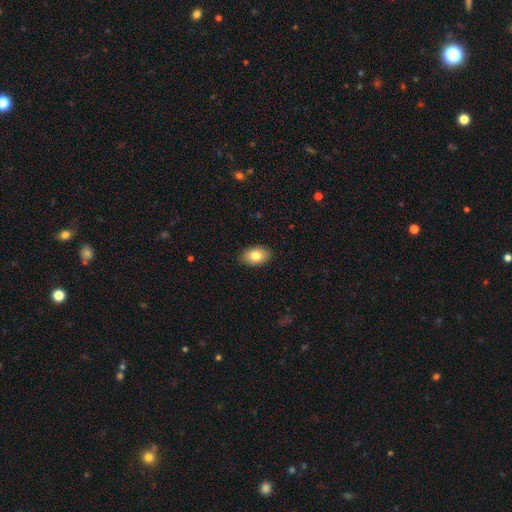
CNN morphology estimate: Q: Smooth or featured?
A: smooth (82%); runner-up: featured or disk (11%)
Q: How rounded?
A: in between (90%); runner-up: round (9%)
Q: Merging?
A: none (89%); runner-up: minor disturbance (9%)